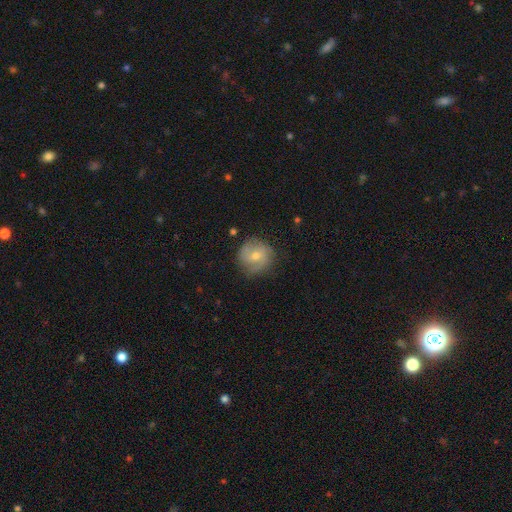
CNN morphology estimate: featured or disk 56%, smooth 35%, star or artifact 9%. Down the decision tree: edge-on disk — no (97%); bar — no (57%); spiral arms — yes (83%); bulge size — moderate (51%); merging — none (76%).